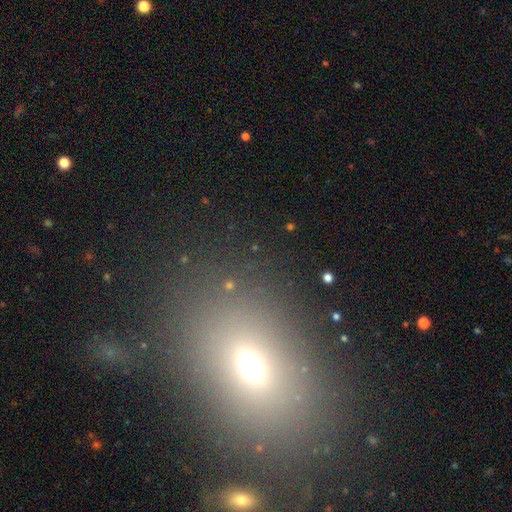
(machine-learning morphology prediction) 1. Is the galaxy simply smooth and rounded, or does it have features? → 52% smooth, 34% star or artifact, 15% featured or disk.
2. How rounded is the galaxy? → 66% in between, 31% round, 3% cigar-shaped.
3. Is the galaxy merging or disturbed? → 80% none, 9% minor disturbance, 6% major disturbance, 5% merger.